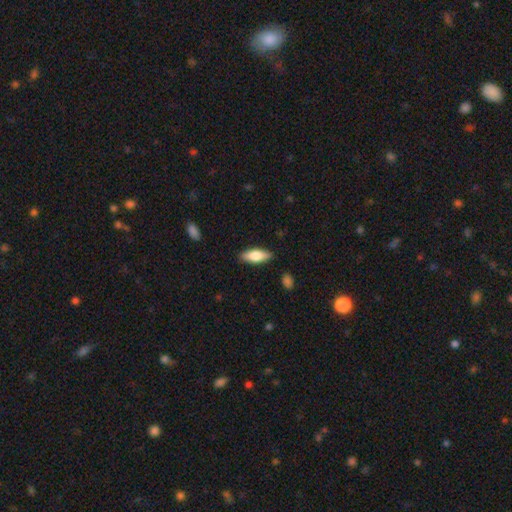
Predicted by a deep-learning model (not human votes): Smooth or featured?
  - smooth: 69% *
  - featured or disk: 25%
  - star or artifact: 6%
How rounded?
  - in between: 67% *
  - cigar-shaped: 31%
  - round: 2%
Merging?
  - none: 87% *
  - minor disturbance: 10%
  - major disturbance: 2%
  - merger: 1%